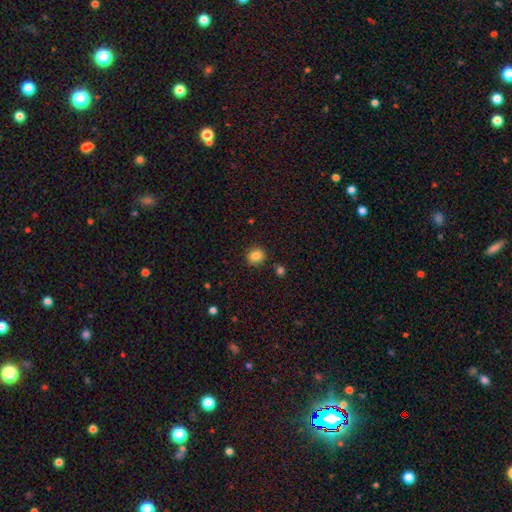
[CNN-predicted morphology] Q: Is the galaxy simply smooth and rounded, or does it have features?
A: smooth — 84%.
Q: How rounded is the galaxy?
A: round — 73%.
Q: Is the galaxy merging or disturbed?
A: none — 85%.